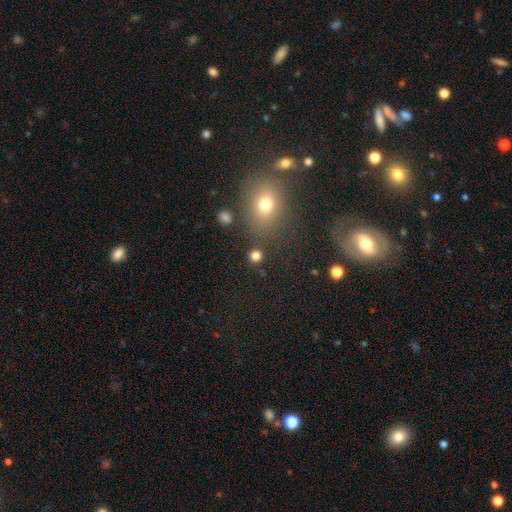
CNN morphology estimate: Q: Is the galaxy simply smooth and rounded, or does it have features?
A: smooth — 78%.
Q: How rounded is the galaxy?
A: round — 88%.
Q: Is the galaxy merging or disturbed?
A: none — 83%.